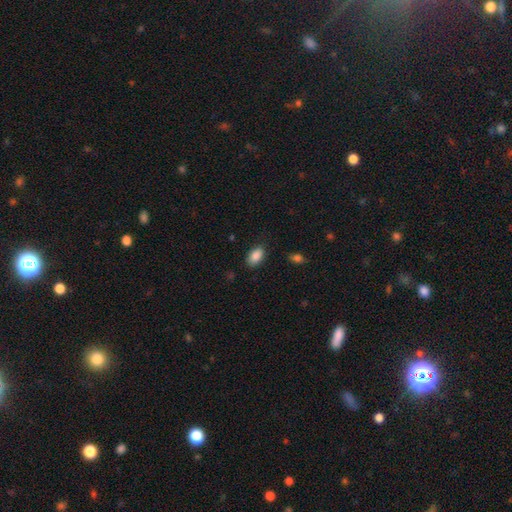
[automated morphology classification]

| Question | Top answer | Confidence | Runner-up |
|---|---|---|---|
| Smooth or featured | smooth | 88% | star or artifact (7%) |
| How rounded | in between | 92% | round (6%) |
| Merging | none | 83% | minor disturbance (12%) |